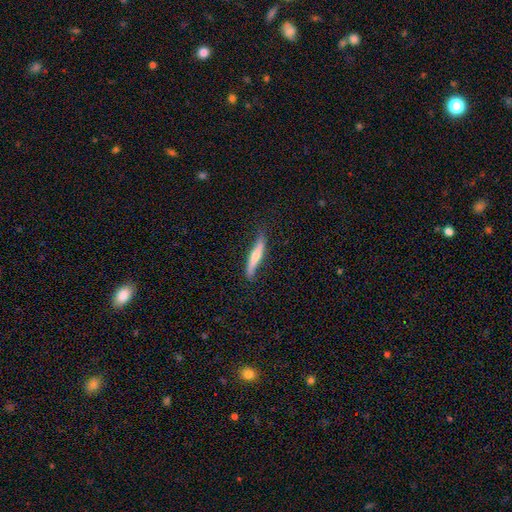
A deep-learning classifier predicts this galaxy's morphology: Smooth or featured: smooth — 48% (featured or disk — 46%)
Merging: none — 77% (minor disturbance — 18%)